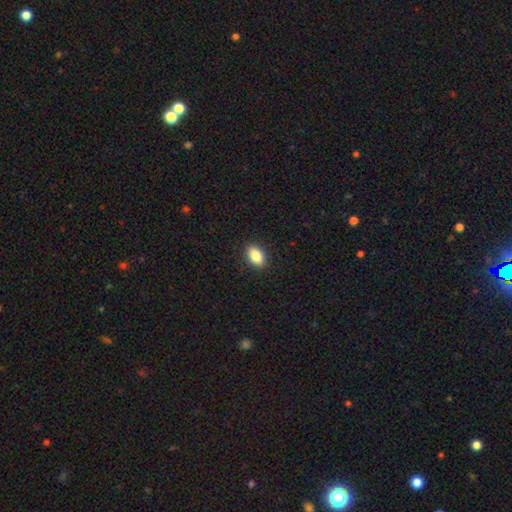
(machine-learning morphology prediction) Smooth or featured? smooth (86%)
How rounded? in between (87%)
Merging? none (90%)